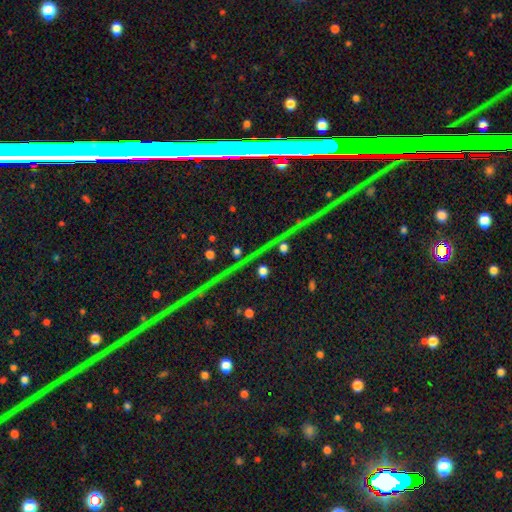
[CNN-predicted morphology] star or artifact 72%, featured or disk 16%, smooth 11%.